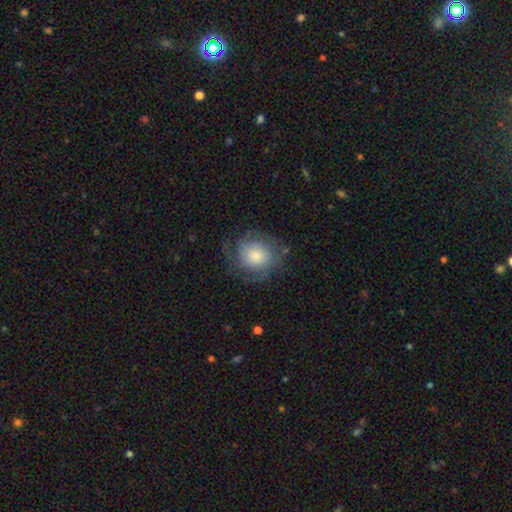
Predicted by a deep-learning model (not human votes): Overall: smooth (49%; featured or disk 43%). Merging: none (65%).